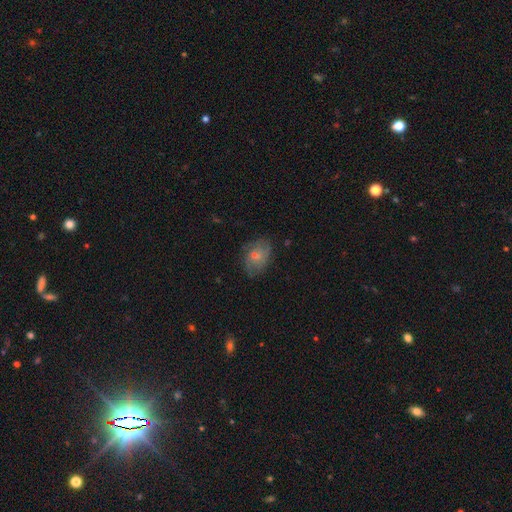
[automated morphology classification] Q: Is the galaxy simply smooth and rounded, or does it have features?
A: smooth — 45%.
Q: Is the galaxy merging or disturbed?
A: none — 72%.